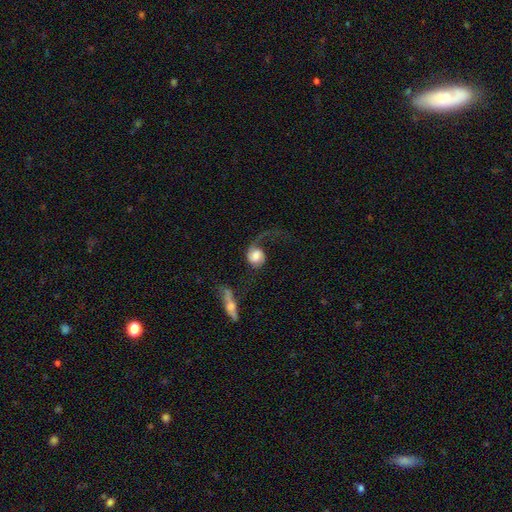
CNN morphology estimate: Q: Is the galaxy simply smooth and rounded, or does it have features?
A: featured or disk — 50%.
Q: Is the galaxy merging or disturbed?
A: major disturbance — 48%.